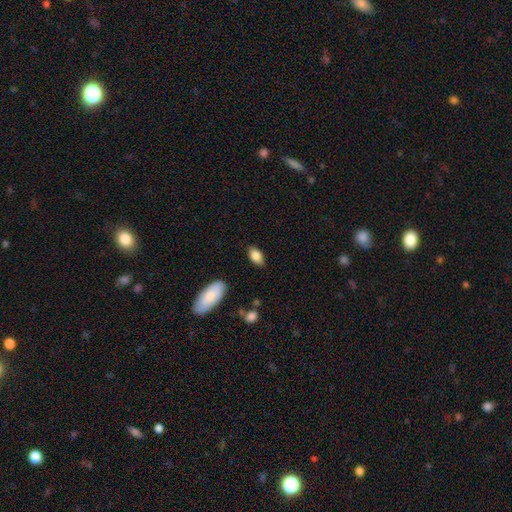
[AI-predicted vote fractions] smooth-or-featured: smooth: 82% | featured or disk: 11% | star or artifact: 7%
  how-rounded: in between: 90% | cigar-shaped: 6% | round: 4%
  merging: none: 84% | minor disturbance: 12% | major disturbance: 3% | merger: 2%